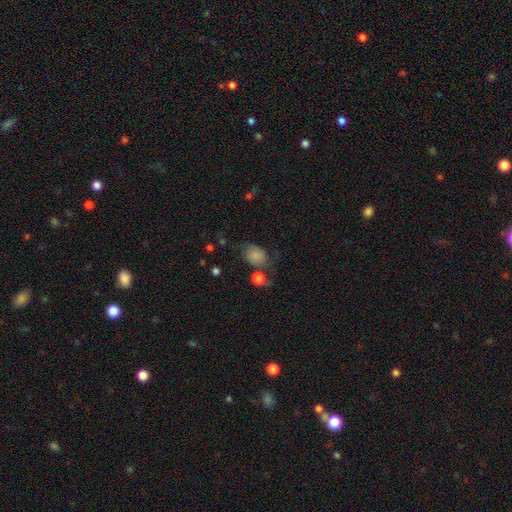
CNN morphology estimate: The model was most divided on "how rounded": in between: 61%, round: 38%, cigar-shaped: 1%. Remaining: smooth or featured — smooth (76%); merging — none (49%).